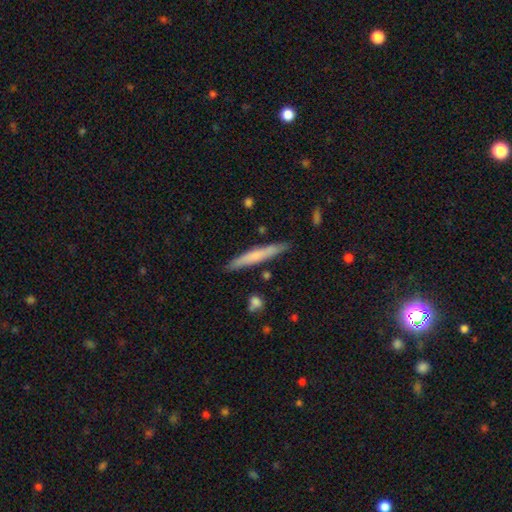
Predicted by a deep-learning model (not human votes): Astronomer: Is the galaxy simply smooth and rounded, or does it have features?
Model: smooth — 60% (runner-up: featured or disk, 35%).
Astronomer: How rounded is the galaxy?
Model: cigar-shaped — 96%.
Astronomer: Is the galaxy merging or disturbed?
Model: none — 88%.